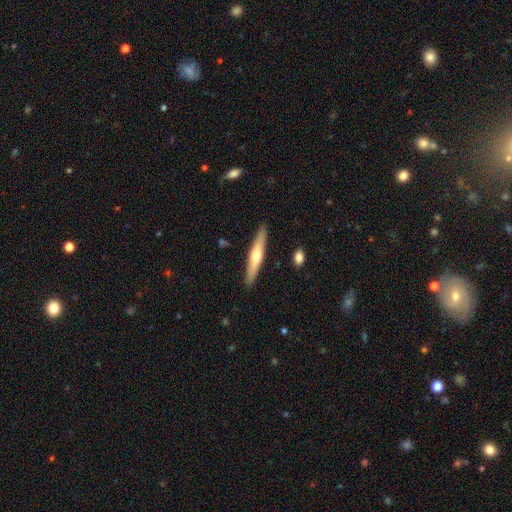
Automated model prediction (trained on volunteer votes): A featured or disk galaxy (51%) viewed edge-on (93%).

Vote fractions:
- Smooth or featured? featured or disk: 51% / smooth: 43% / star or artifact: 6%
- Edge-on disk? yes: 93% / no: 7%
- Merging? none: 90% / minor disturbance: 7% / major disturbance: 1% / merger: 1%